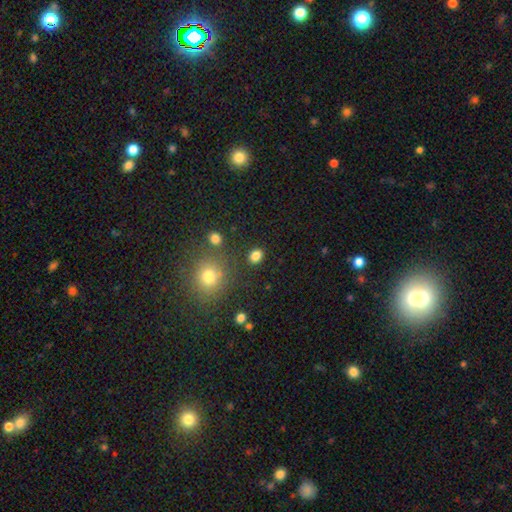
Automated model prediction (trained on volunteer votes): Overall: smooth (83%). How rounded: in between (52%; round 47%). Merging: none (84%).